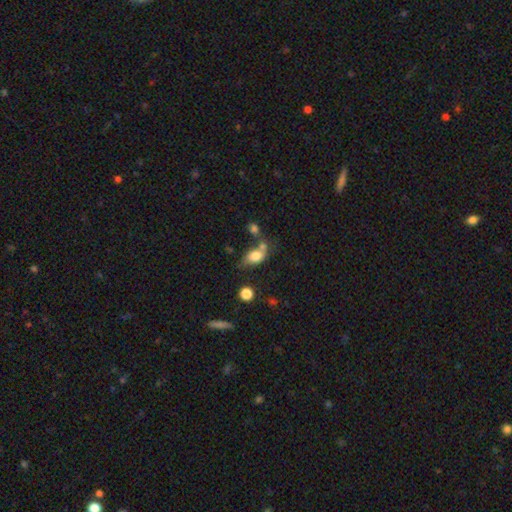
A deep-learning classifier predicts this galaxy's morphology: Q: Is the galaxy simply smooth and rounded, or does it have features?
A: smooth — 77%.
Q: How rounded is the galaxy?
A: in between — 77%.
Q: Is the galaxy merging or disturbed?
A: none — 38%.